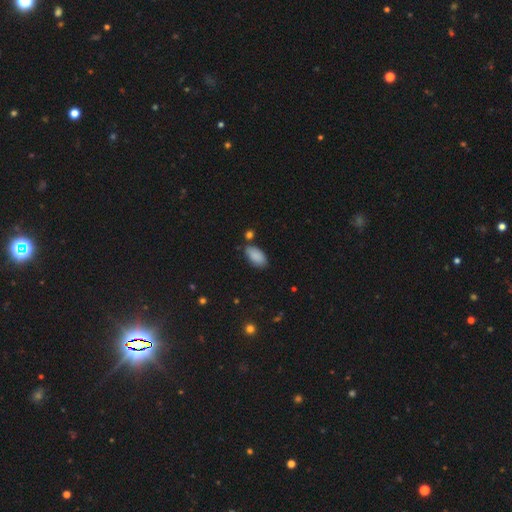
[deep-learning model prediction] This appears to be a smooth galaxy with no disk features (88%) that is in between round and cigar-shaped (94%). Merging: none (73%).